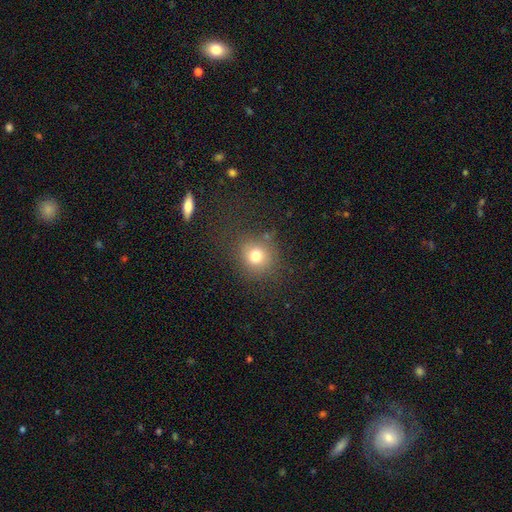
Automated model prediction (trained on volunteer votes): A smooth galaxy with no disk features (76%) that is round (85%). Merging: none (78%).